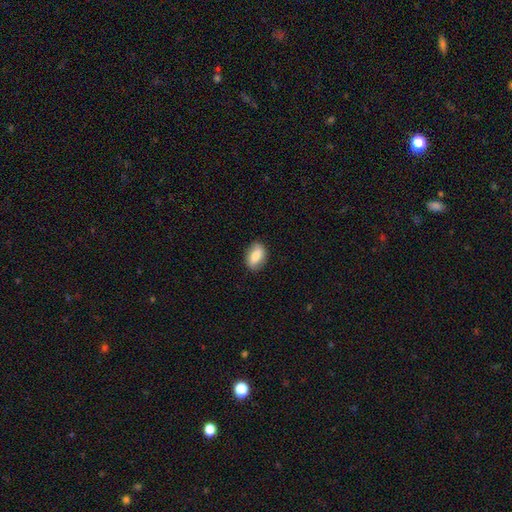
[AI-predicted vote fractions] A smooth galaxy with no disk features (71%) that is in between round and cigar-shaped (85%).

Vote fractions:
- Smooth or featured? smooth: 71% / featured or disk: 22% / star or artifact: 7%
- How rounded? in between: 85% / round: 12% / cigar-shaped: 4%
- Merging? none: 84% / minor disturbance: 12% / major disturbance: 3% / merger: 1%